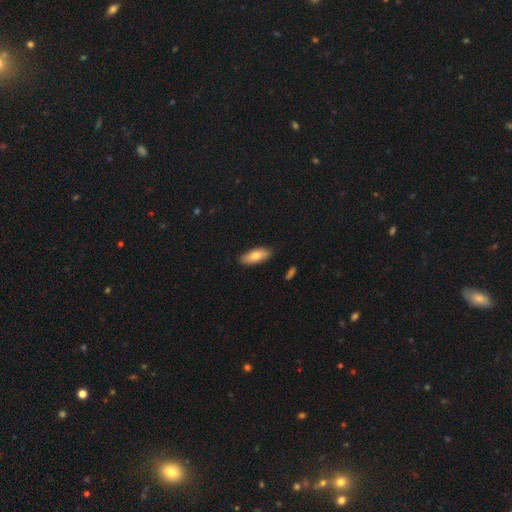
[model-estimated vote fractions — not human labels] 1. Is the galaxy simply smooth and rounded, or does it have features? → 79% smooth, 15% featured or disk, 6% star or artifact.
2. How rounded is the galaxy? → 79% in between, 19% cigar-shaped, 2% round.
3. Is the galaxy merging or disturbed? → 86% none, 11% minor disturbance, 2% major disturbance, 1% merger.